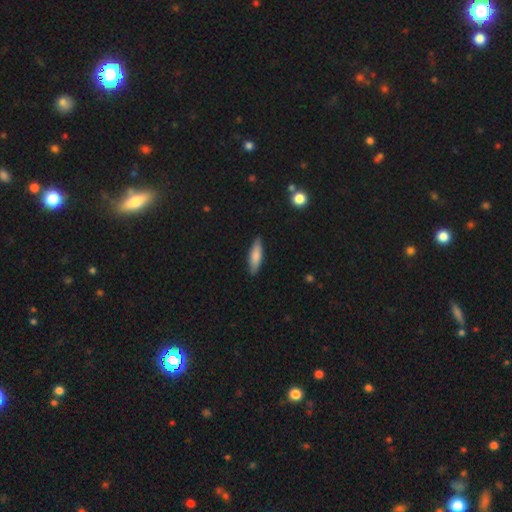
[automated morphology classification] This appears to be a smooth galaxy with no disk features (77%) that is cigar-shaped (57%). Merging: none (85%).